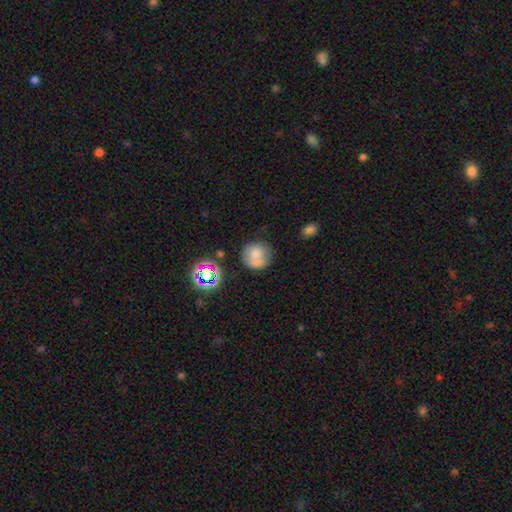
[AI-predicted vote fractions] A smooth galaxy with no disk features (68%) that is round (89%).

Vote fractions:
- Smooth or featured? smooth: 68% / featured or disk: 20% / star or artifact: 12%
- How rounded? round: 89% / in between: 10% / cigar-shaped: 1%
- Merging? none: 57% / minor disturbance: 18% / merger: 16% / major disturbance: 8%